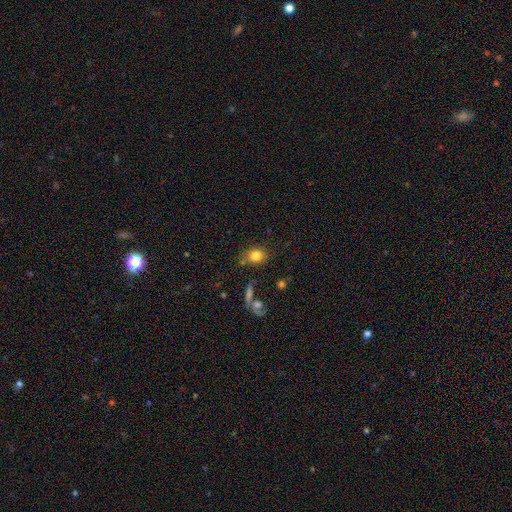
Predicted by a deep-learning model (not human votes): This is likely a smooth galaxy (80%). How rounded: possibly round (58%). Merging: likely none (74%).